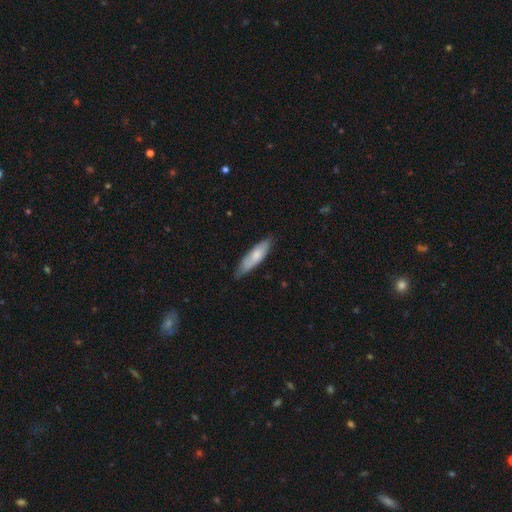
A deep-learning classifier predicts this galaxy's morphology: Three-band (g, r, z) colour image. It shows a smooth galaxy with no disk features (69%) that is cigar-shaped (60%). Merging: none (68%).